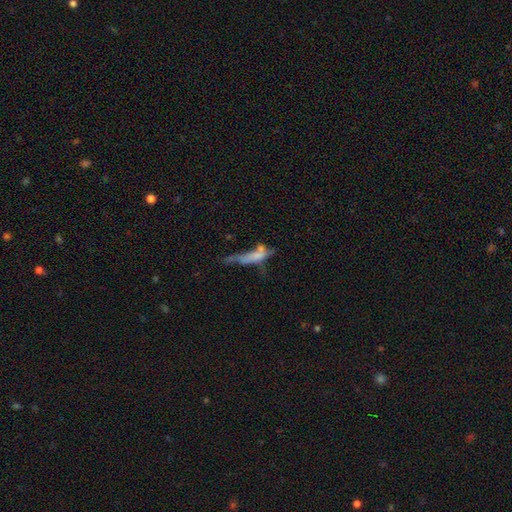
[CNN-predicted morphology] type=smooth (48%); merging=major disturbance (29%).